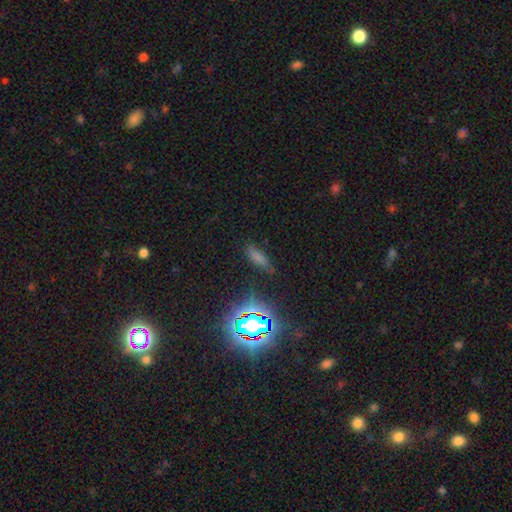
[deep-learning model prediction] This is possibly a smooth galaxy (57%). How rounded: possibly in between (52%). Merging: likely none (73%).